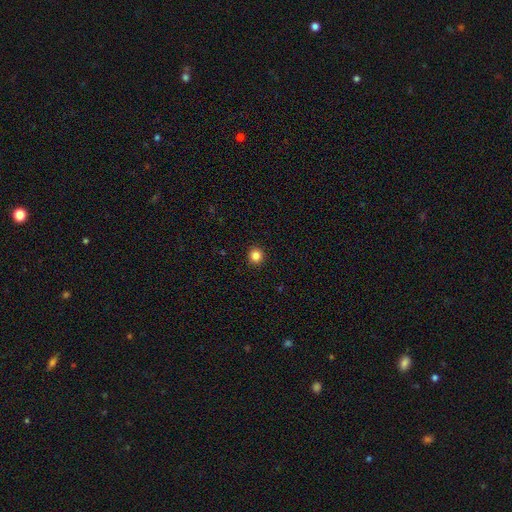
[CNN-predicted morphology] Smooth or featured? smooth (86%)
How rounded? round (91%)
Merging? none (93%)